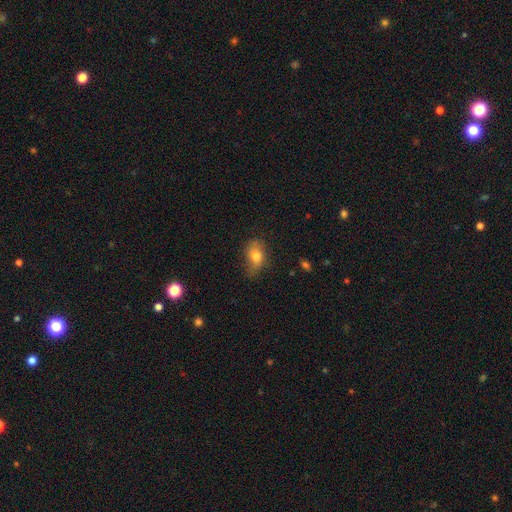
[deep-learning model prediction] smooth 74%, featured or disk 17%, star or artifact 9%. Down the decision tree: how rounded — in between (82%); merging — none (60%).